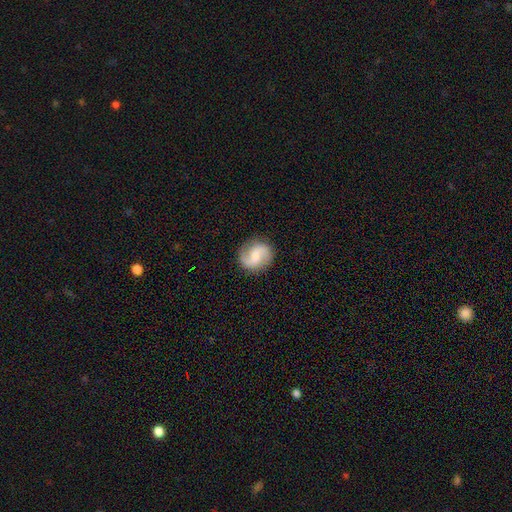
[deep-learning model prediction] This appears to be a featured or disk galaxy (74%) with a weak bar (50%), 2 (91%) medium (44%) spiral arms (96%) and a small central bulge (39%). Merging: none (86%).